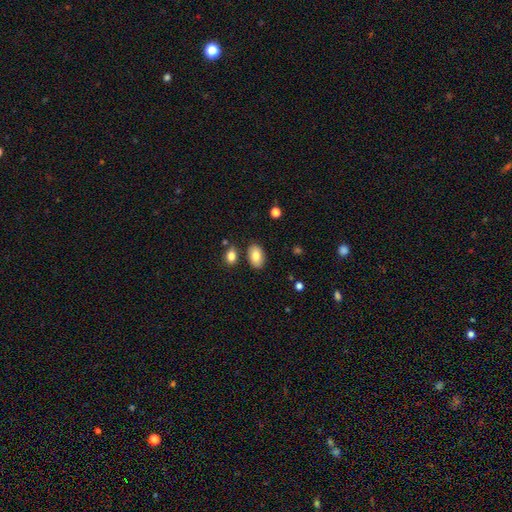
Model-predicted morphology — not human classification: smooth 83%, featured or disk 10%, star or artifact 7%. Down the decision tree: how rounded — in between (92%); merging — none (82%).